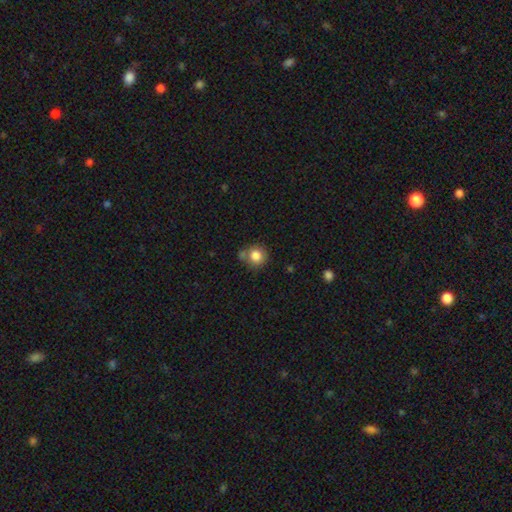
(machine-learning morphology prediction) type=smooth (83%); roundness=round (87%); merging=none (64%).